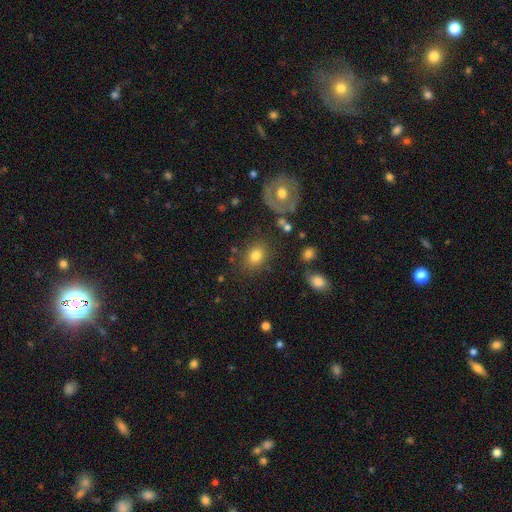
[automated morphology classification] Smooth or featured? smooth (77%)
How rounded? round (54%)
Merging? none (79%)